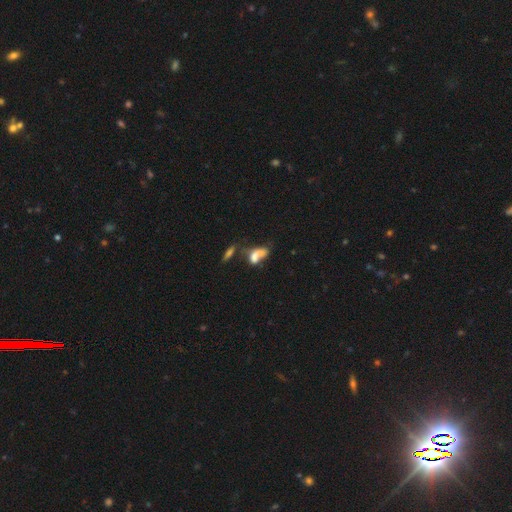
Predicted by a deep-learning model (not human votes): Smooth or featured: smooth — 62% (featured or disk — 26%)
How rounded: in between — 78% (cigar-shaped — 14%)
Merging: merger — 43% (none — 22%)